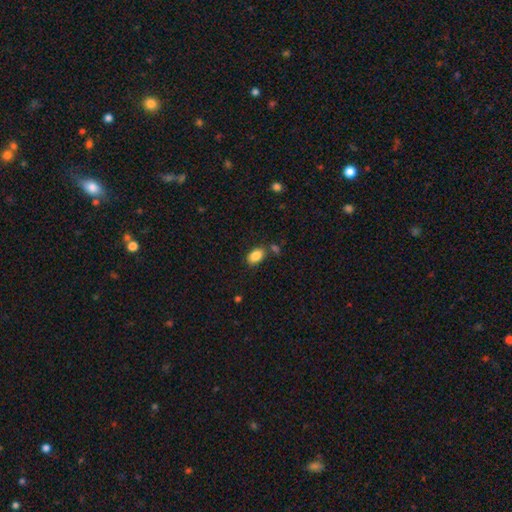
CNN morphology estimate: A smooth galaxy with no disk features (86%) that is in between round and cigar-shaped (89%). Merging: none (75%).